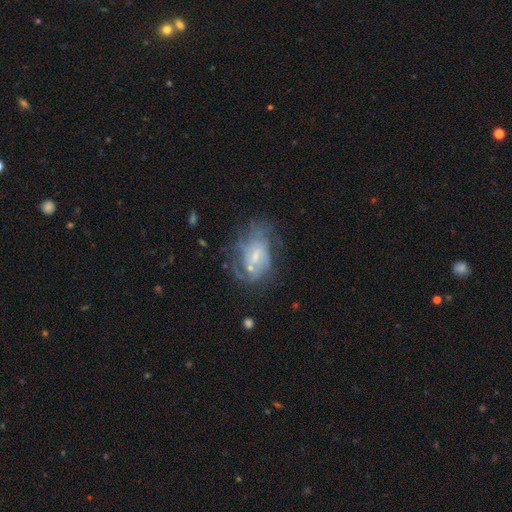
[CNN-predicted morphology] Smooth or featured?
  - featured or disk: 72% *
  - smooth: 18%
  - star or artifact: 10%
Edge-on disk?
  - no: 97% *
  - yes: 3%
Bar?
  - no: 46% *
  - weak: 44%
  - strong: 10%
Spiral arms?
  - yes: 77% *
  - no: 23%
Spiral winding?
  - tight: 44% *
  - medium: 38%
  - loose: 18%
Spiral arm count?
  - can't tell: 53% *
  - 2: 17%
  - 3: 12%
  - 4: 7%
  - 1: 5%
  - more than 4: 4%
Bulge size?
  - small: 56% *
  - moderate: 29%
  - none: 11%
  - large: 3%
  - dominant: 1%
Merging?
  - none: 50% *
  - major disturbance: 23%
  - minor disturbance: 21%
  - merger: 6%